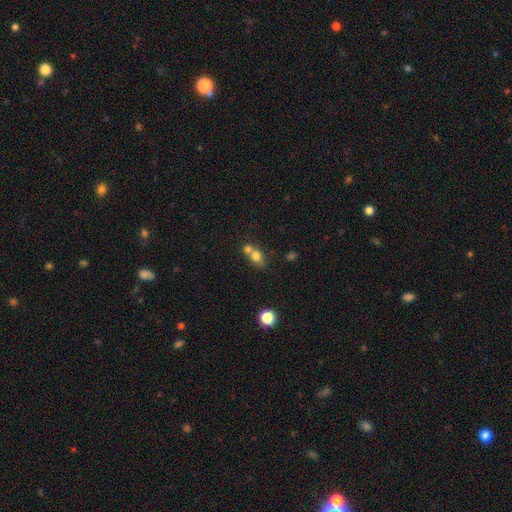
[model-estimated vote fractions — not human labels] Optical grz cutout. It shows a smooth galaxy with no disk features (73%) that is round (50%). Merging: merger (56%).